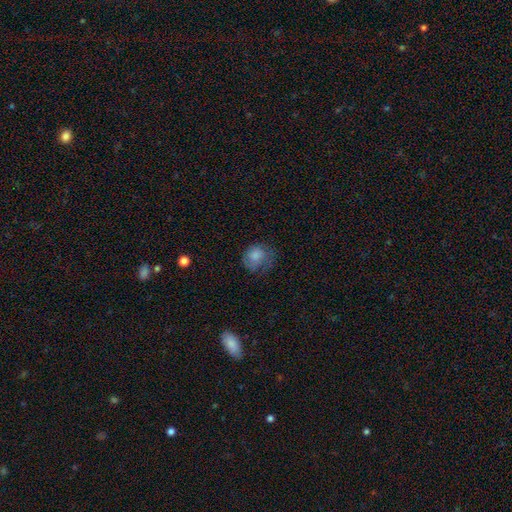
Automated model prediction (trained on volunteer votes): smooth-or-featured: smooth: 76% | featured or disk: 15% | star or artifact: 9%
  how-rounded: round: 70% | in between: 29% | cigar-shaped: 1%
  merging: none: 53% | minor disturbance: 28% | major disturbance: 18% | merger: 1%